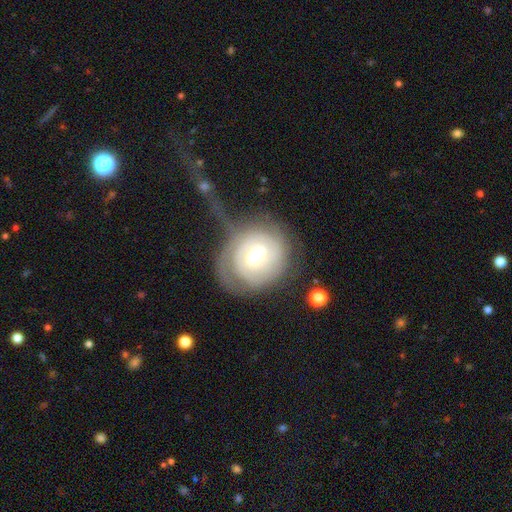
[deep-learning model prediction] The model was most divided on "spiral arm count": 2: 38%, can't tell: 37%, 1: 12%, 3: 7%, 4: 3%, more than 4: 3%. Remaining: edge-on disk — no (97%); spiral arms — yes (80%); smooth or featured — featured or disk (71%); bulge size — moderate (66%); spiral winding — tight (66%); bar — weak (49%); merging — none (41%).